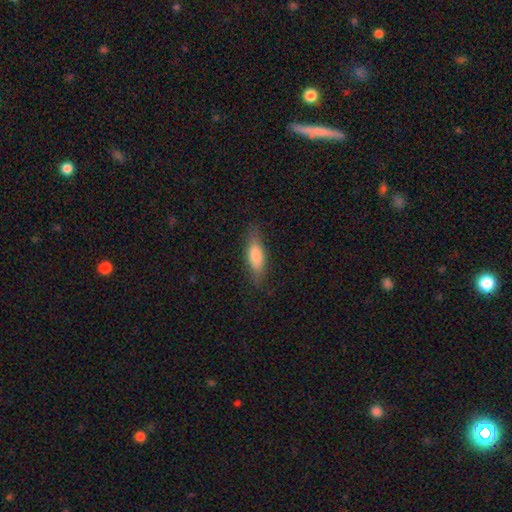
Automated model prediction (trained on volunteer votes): smooth_or_featured: smooth (p=0.75) [alt: featured or disk p=0.18]
how_rounded: cigar-shaped (p=0.51) [alt: in between p=0.47]
merging: none (p=0.81) [alt: minor disturbance p=0.14]